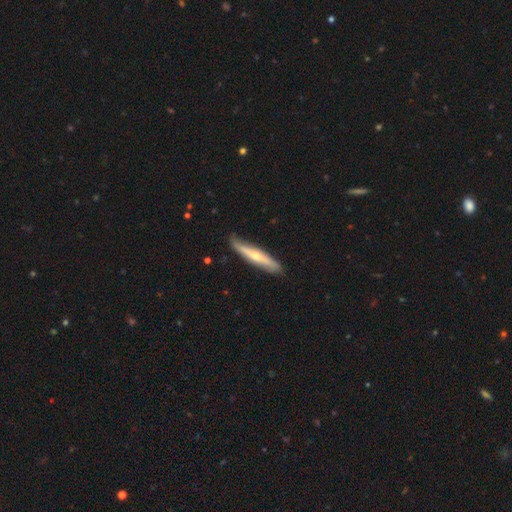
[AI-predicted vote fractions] Q: Smooth or featured?
A: featured or disk (56%); runner-up: smooth (39%)
Q: Edge-on disk?
A: yes (87%); runner-up: no (13%)
Q: Merging?
A: none (84%); runner-up: minor disturbance (13%)